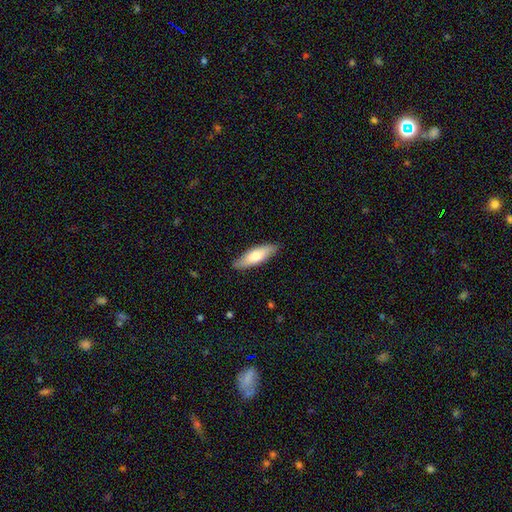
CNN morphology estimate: The model was most divided on "how rounded": cigar-shaped: 51%, in between: 47%, round: 2%. More confident: merging — none (87%); smooth or featured — smooth (69%).